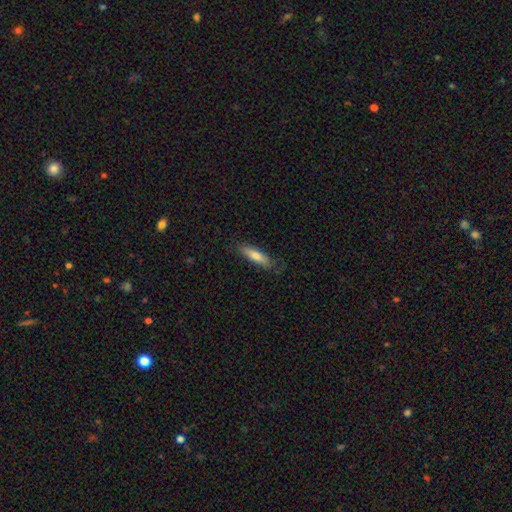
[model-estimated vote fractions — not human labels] Smooth or featured? smooth (72%)
How rounded? cigar-shaped (70%)
Merging? none (76%)